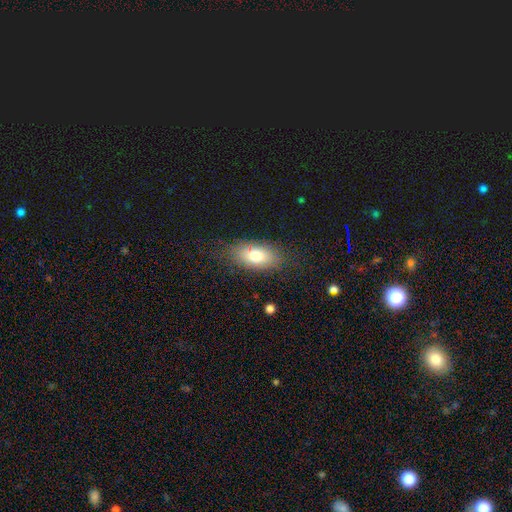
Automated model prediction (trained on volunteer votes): Morphology: type=smooth (74%); roundness=in between (86%); merging=none (79%).